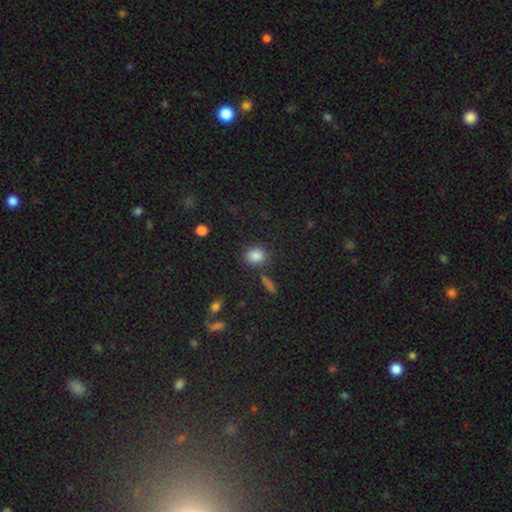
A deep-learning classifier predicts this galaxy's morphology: Smooth or featured? smooth (85%)
How rounded? round (56%)
Merging? none (78%)